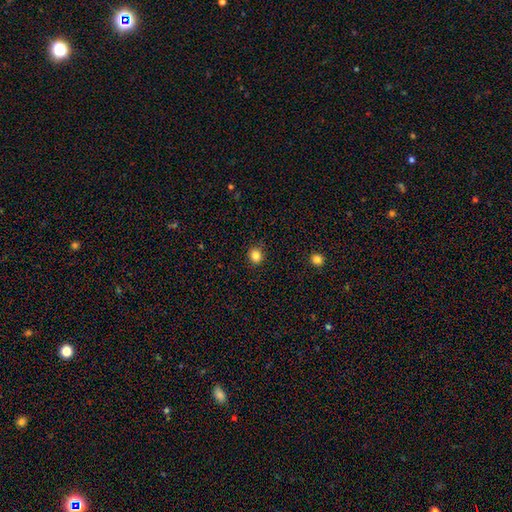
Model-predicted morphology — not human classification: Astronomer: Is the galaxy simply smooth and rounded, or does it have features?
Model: smooth — 85%.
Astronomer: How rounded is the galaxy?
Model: round — 82%.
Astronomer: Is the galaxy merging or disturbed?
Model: none — 88%.